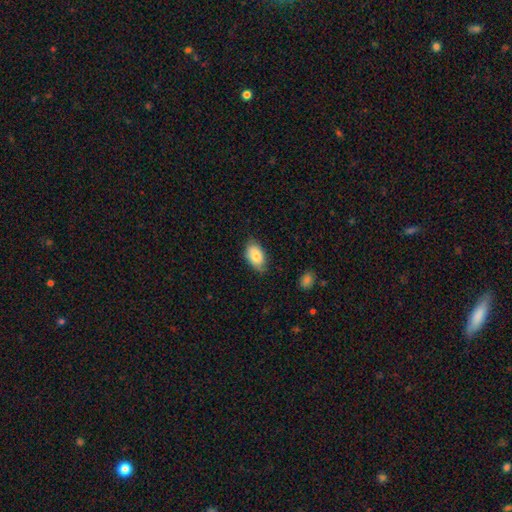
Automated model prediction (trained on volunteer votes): Smooth or featured? Predicted: smooth (p=0.83). How rounded? Predicted: in between (p=0.92). Merging? Predicted: none (p=0.71).